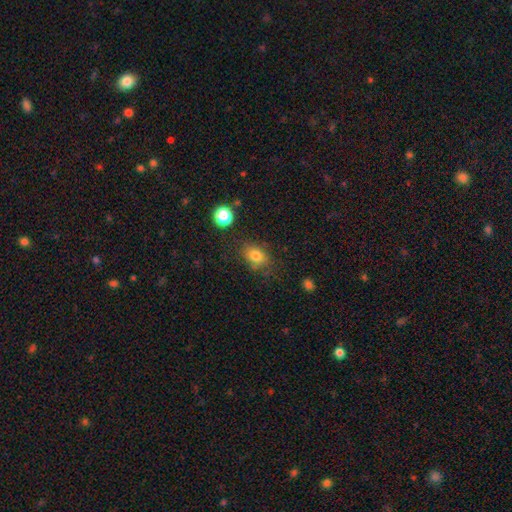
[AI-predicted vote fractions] smooth 80%, star or artifact 12%, featured or disk 9%. Down the decision tree: how rounded — in between (65%); merging — none (73%).